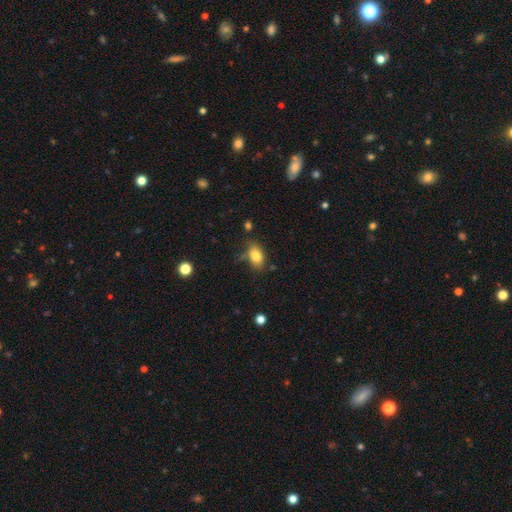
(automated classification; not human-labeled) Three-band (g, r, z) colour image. It shows a smooth galaxy with no disk features (82%) that is in between round and cigar-shaped (86%). Merging: none (69%).